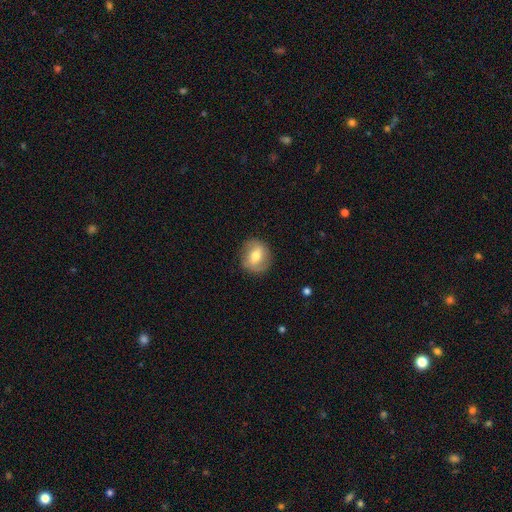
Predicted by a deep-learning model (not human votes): A smooth galaxy with no disk features (59%) that is round (77%). Merging: none (84%).